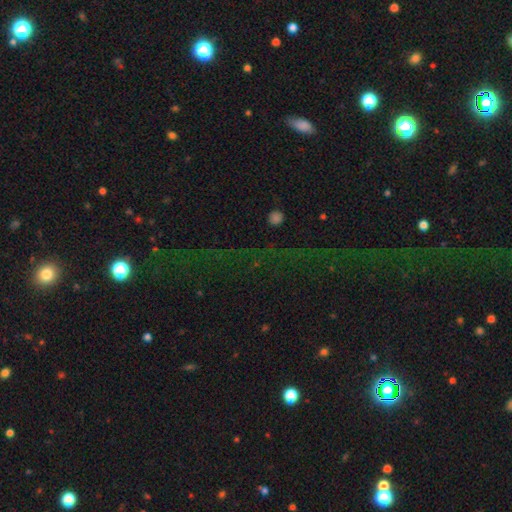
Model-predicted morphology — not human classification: type=star or artifact (69%).